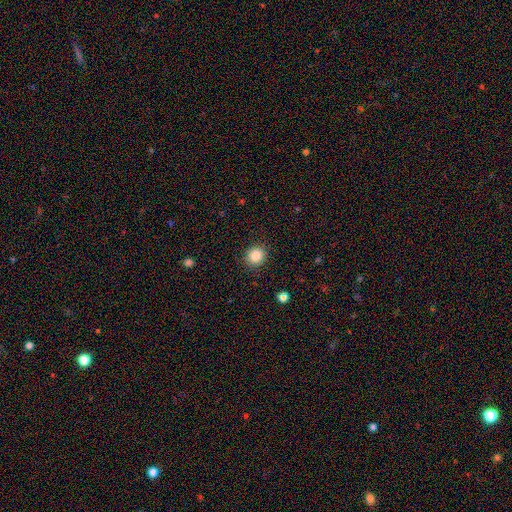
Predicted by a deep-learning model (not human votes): This is clearly a smooth galaxy (87%). How rounded: clearly round (85%). Merging: clearly none (90%).